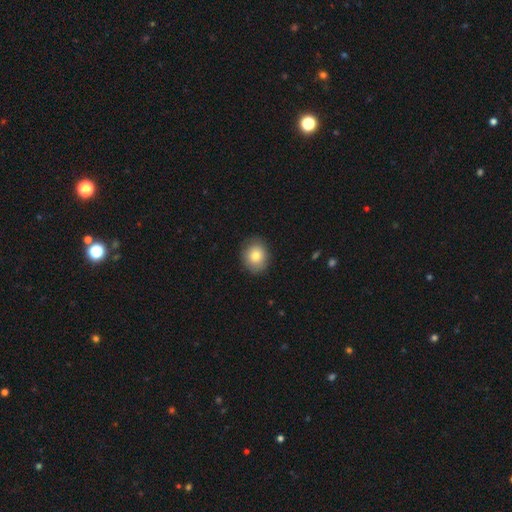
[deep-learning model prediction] Smooth or featured?
  - smooth: 79% *
  - featured or disk: 13%
  - star or artifact: 9%
How rounded?
  - round: 61% *
  - in between: 39%
  - cigar-shaped: 1%
Merging?
  - none: 84% *
  - minor disturbance: 12%
  - major disturbance: 3%
  - merger: 1%